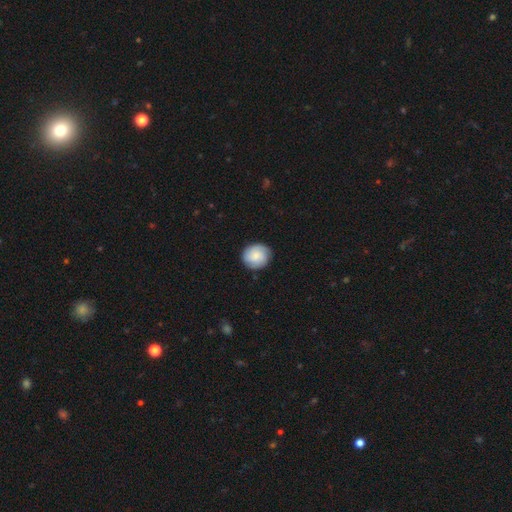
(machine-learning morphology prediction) Smooth or featured: smooth — 69% (featured or disk — 24%)
How rounded: round — 83% (in between — 16%)
Merging: none — 85% (minor disturbance — 11%)